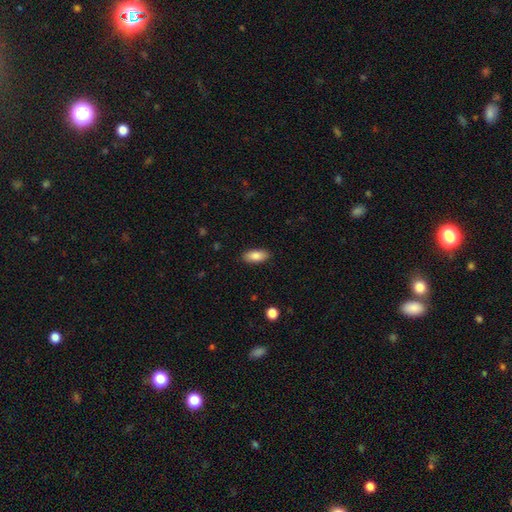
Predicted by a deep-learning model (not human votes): Smooth or featured?
  - smooth: 86% *
  - featured or disk: 7%
  - star or artifact: 7%
How rounded?
  - in between: 88% *
  - cigar-shaped: 10%
  - round: 2%
Merging?
  - none: 88% *
  - minor disturbance: 9%
  - major disturbance: 2%
  - merger: 1%